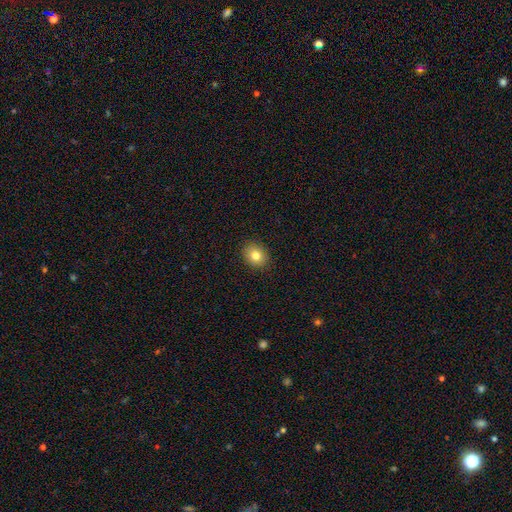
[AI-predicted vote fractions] A smooth galaxy with no disk features (80%) that is round (58%). Merging: none (90%).